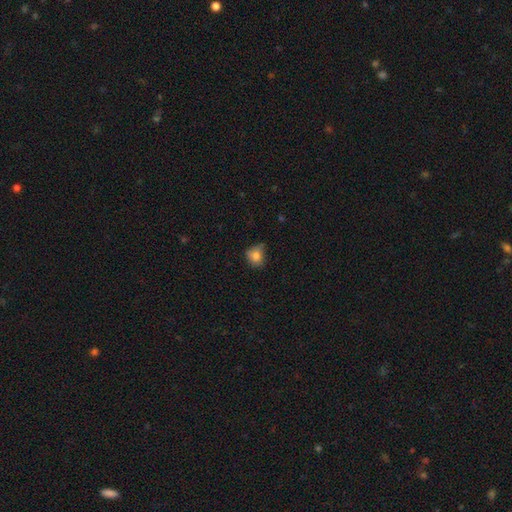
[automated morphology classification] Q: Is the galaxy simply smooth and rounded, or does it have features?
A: smooth — 78%.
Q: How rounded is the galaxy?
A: round — 62%.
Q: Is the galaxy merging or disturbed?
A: none — 47%.